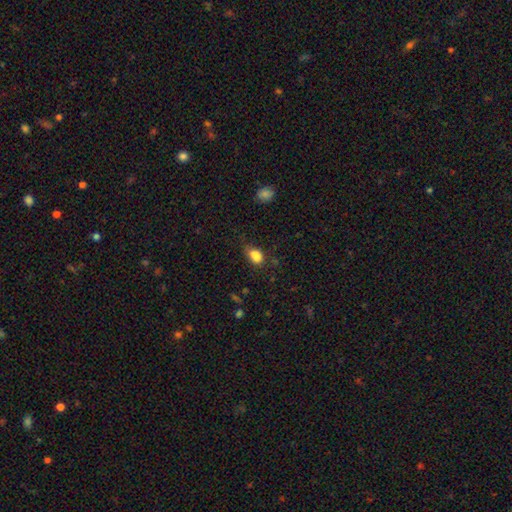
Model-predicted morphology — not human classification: Smooth or featured? Predicted: smooth (p=0.82). How rounded? Predicted: in between (p=0.76). Merging? Predicted: none (p=0.47).